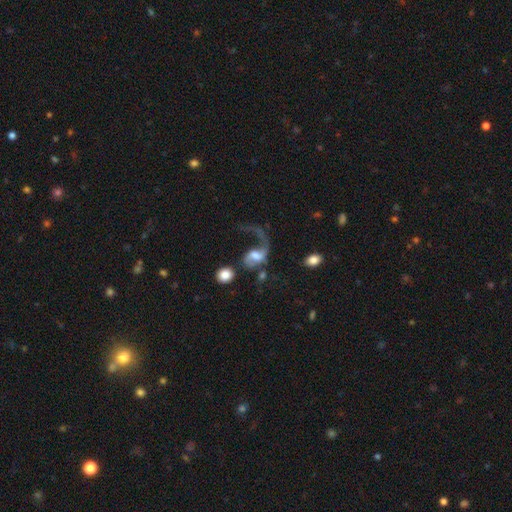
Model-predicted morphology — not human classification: smooth-or-featured: featured or disk: 72% | smooth: 20% | star or artifact: 8%
  disk-edge-on: no: 97% | yes: 3%
    bar: no: 44% | weak: 43% | strong: 14%
    has-spiral-arms: yes: 89% | no: 11%
      spiral-winding: loose: 82% | medium: 15% | tight: 3%
      spiral-arm-count: 1: 58% | 2: 36% | can't tell: 3% | 3: 1% | 4: 1% | more than 4: 1%
    bulge-size: moderate: 43% | small: 25% | large: 19% | none: 10% | dominant: 3%
  merging: major disturbance: 52% | none: 23% | merger: 14% | minor disturbance: 11%